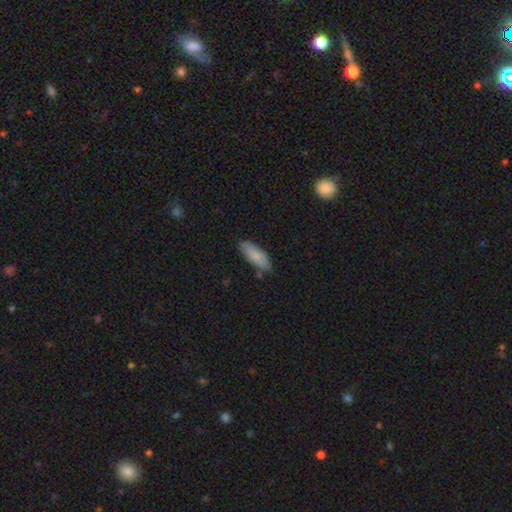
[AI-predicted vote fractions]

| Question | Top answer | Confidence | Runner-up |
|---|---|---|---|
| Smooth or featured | smooth | 82% | featured or disk (12%) |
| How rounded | in between | 72% | cigar-shaped (27%) |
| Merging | none | 80% | minor disturbance (15%) |